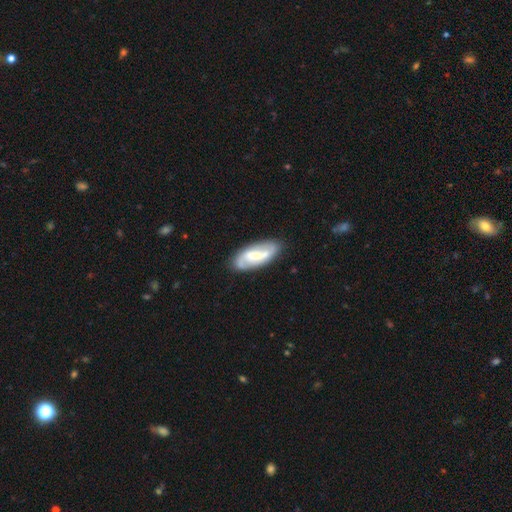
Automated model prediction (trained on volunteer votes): The model was most divided on "bulge size": moderate: 44%, small: 36%, large: 11%, none: 8%, dominant: 2%. Remaining: edge-on disk — no (93%); spiral arms — yes (87%); spiral arm count — 2 (82%); merging — none (81%); smooth or featured — featured or disk (68%); bar — weak (46%); spiral winding — medium (44%).